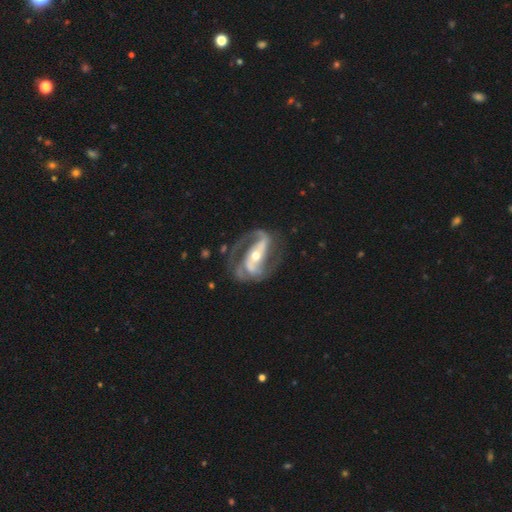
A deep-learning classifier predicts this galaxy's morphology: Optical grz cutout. It shows a featured or disk galaxy (90%) with a strong bar (56%), 2 (85%) medium (51%) spiral arms (96%) and a moderate central bulge (56%). Merging: none (65%).